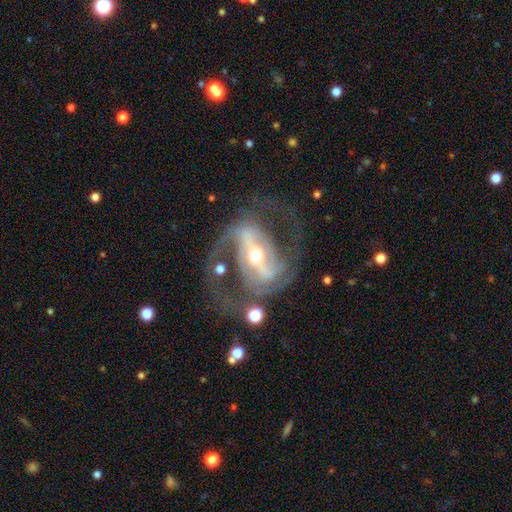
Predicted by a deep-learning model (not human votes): smooth-or-featured: featured or disk: 90% | star or artifact: 6% | smooth: 5%
  disk-edge-on: no: 95% | yes: 5%
    bar: strong: 70% | weak: 21% | no: 9%
    has-spiral-arms: yes: 95% | no: 5%
      spiral-winding: medium: 56% | loose: 25% | tight: 19%
      spiral-arm-count: 2: 87% | can't tell: 4% | 3: 4% | 1: 2% | 4: 1% | more than 4: 1%
    bulge-size: moderate: 49% | small: 46% | large: 3% | dominant: 1% | none: 1%
  merging: none: 64% | major disturbance: 18% | minor disturbance: 15% | merger: 3%